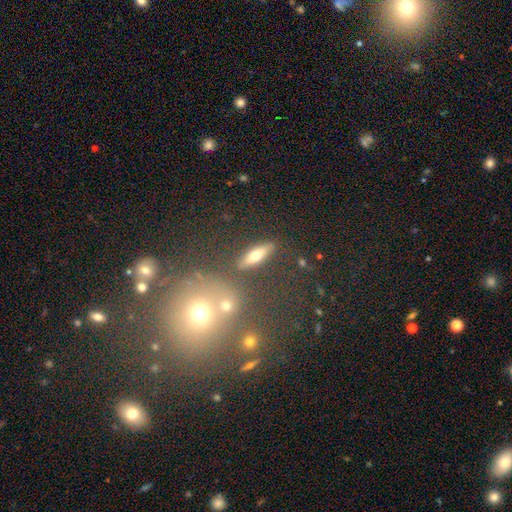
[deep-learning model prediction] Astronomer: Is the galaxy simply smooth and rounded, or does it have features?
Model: smooth — 57%.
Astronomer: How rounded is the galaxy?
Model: cigar-shaped — 55% (runner-up: in between, 39%).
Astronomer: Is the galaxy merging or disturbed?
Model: none — 84%.